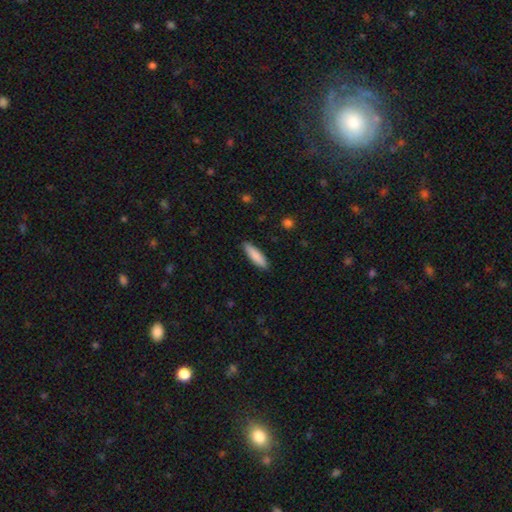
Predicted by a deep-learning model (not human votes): This is clearly a smooth galaxy (87%). How rounded: likely cigar-shaped (67%). Merging: clearly none (89%).